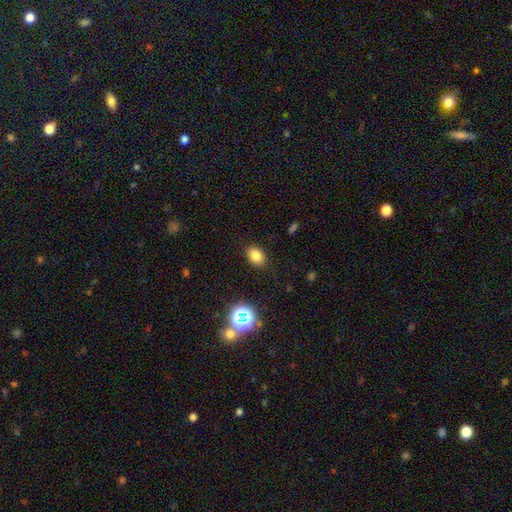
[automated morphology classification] smooth-or-featured: smooth: 80% | star or artifact: 13% | featured or disk: 6%
  how-rounded: in between: 76% | round: 23% | cigar-shaped: 1%
  merging: none: 87% | minor disturbance: 9% | major disturbance: 3% | merger: 1%